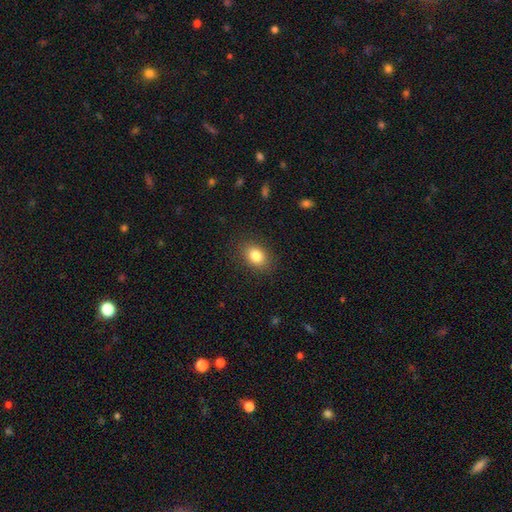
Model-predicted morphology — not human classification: The model was most divided on "how rounded": in between: 75%, round: 24%, cigar-shaped: 1%. More confident: merging — none (86%); smooth or featured — smooth (84%).